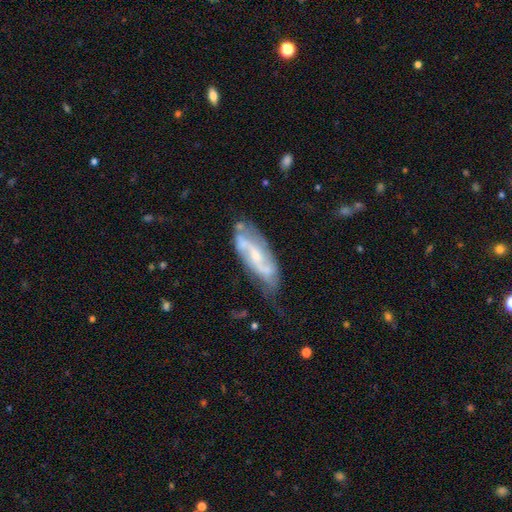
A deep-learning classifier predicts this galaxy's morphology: Smooth or featured? featured or disk (79%)
Edge-on disk? no (89%)
Bar? weak (42%)
Spiral arms? yes (90%)
Spiral winding? medium (42%)
Spiral arm count? 2 (80%)
Bulge size? small (54%)
Merging? none (58%)